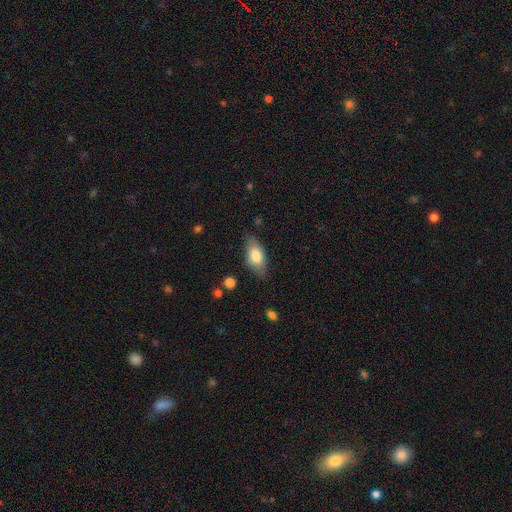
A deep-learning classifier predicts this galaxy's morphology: A smooth galaxy with no disk features (78%) that is in between round and cigar-shaped (87%).

Vote fractions:
- Smooth or featured? smooth: 78% / featured or disk: 16% / star or artifact: 6%
- How rounded? in between: 87% / cigar-shaped: 11% / round: 3%
- Merging? none: 79% / minor disturbance: 16% / major disturbance: 3% / merger: 1%